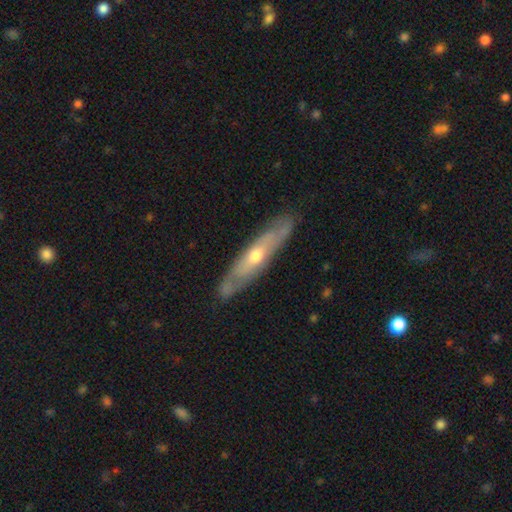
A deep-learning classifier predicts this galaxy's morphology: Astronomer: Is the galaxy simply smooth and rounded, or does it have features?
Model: featured or disk — 62%.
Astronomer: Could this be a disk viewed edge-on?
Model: yes — 58% (runner-up: no, 42%).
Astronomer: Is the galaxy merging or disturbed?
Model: none — 82%.